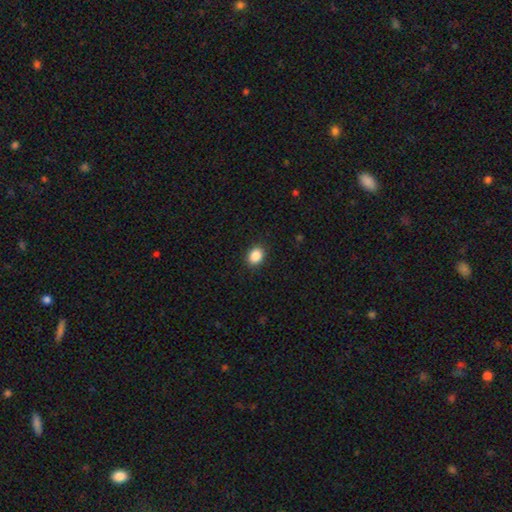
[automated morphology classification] Q: Smooth or featured?
A: smooth (88%); runner-up: star or artifact (9%)
Q: How rounded?
A: in between (57%); runner-up: round (42%)
Q: Merging?
A: none (90%); runner-up: minor disturbance (7%)